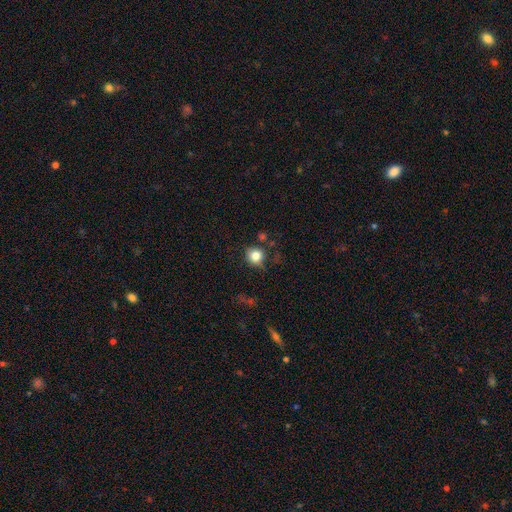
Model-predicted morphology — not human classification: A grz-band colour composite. It shows a smooth galaxy with no disk features (81%) that is round (84%). Merging: none (71%).